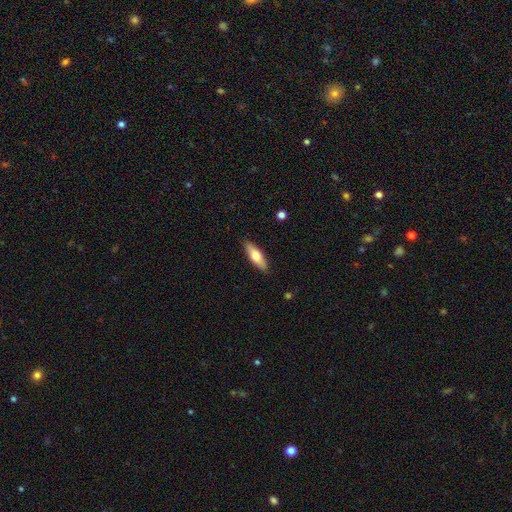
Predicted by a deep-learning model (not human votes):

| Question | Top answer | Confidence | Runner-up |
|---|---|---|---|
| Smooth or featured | smooth | 66% | featured or disk (28%) |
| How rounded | in between | 54% | cigar-shaped (44%) |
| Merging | none | 89% | minor disturbance (9%) |